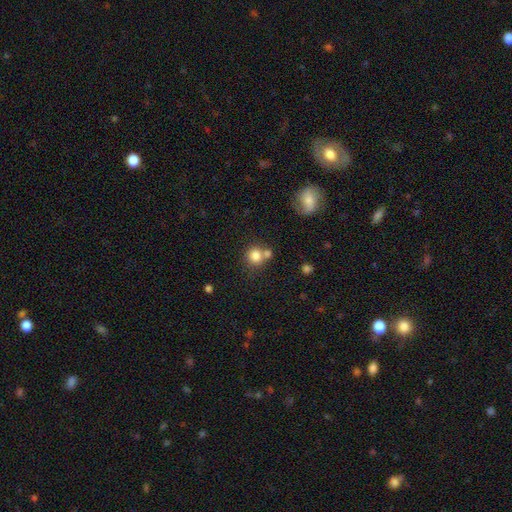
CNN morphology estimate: Smooth or featured: smooth — 81% (star or artifact — 11%)
How rounded: round — 85% (in between — 14%)
Merging: none — 54% (merger — 33%)